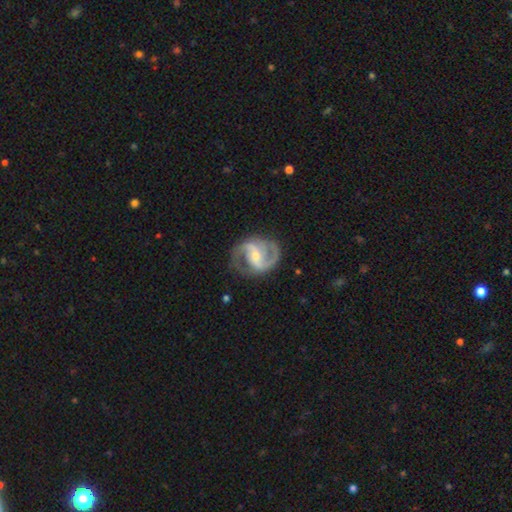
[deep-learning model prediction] Smooth or featured?
  - featured or disk: 91% *
  - smooth: 5%
  - star or artifact: 4%
Edge-on disk?
  - no: 98% *
  - yes: 2%
Bar?
  - weak: 44% *
  - no: 28%
  - strong: 27%
Spiral arms?
  - yes: 97% *
  - no: 3%
Spiral winding?
  - medium: 60% *
  - loose: 20%
  - tight: 20%
Spiral arm count?
  - 2: 85% *
  - 3: 7%
  - can't tell: 3%
  - 1: 2%
  - 4: 2%
  - more than 4: 1%
Bulge size?
  - small: 52% *
  - moderate: 44%
  - large: 2%
  - none: 1%
  - dominant: 1%
Merging?
  - none: 76% *
  - minor disturbance: 15%
  - major disturbance: 8%
  - merger: 1%